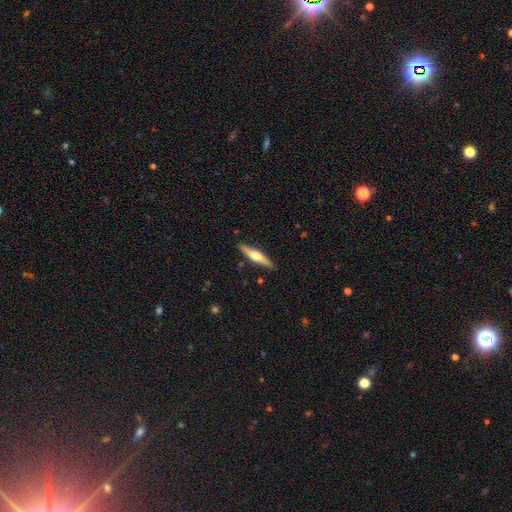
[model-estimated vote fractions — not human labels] featured or disk 64%, smooth 31%, star or artifact 5%. Down the decision tree: edge-on disk — yes (97%); edge-on bulge — rounded (93%); merging — none (89%).